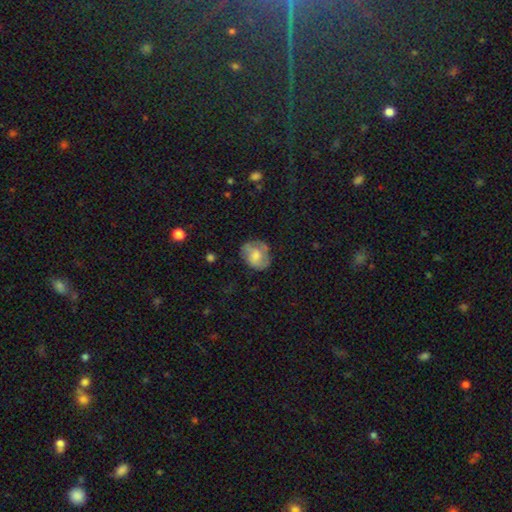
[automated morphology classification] This is possibly a smooth galaxy (55%). How rounded: possibly round (57%). Merging: likely none (61%).